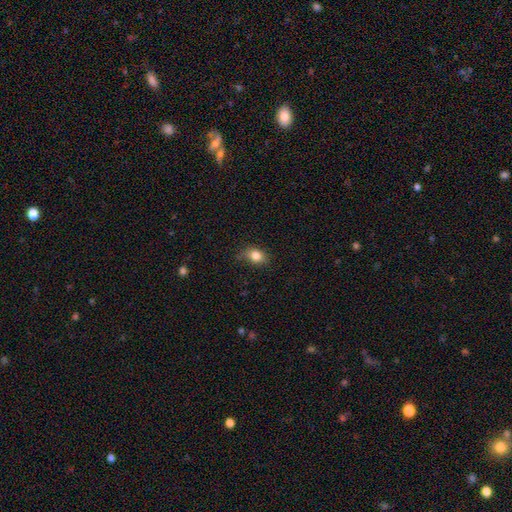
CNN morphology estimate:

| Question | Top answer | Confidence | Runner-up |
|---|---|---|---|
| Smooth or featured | smooth | 83% | star or artifact (10%) |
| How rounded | in between | 67% | round (31%) |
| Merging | none | 68% | minor disturbance (25%) |